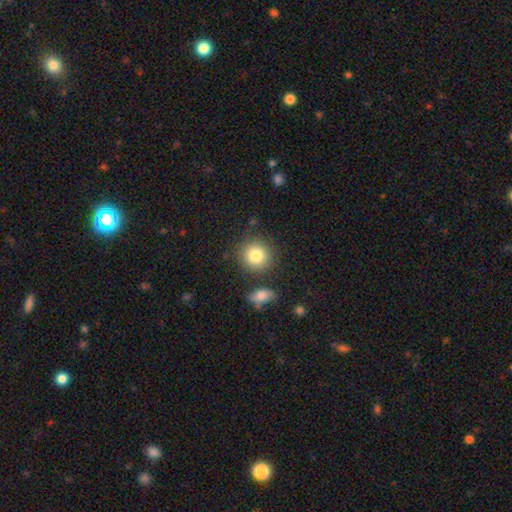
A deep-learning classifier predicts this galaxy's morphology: The model was most divided on "merging": none: 82%, minor disturbance: 9%, merger: 6%, major disturbance: 3%. More confident: how rounded — round (90%); smooth or featured — smooth (83%).